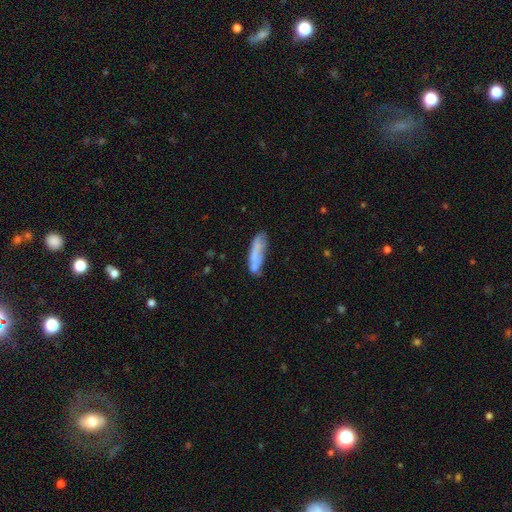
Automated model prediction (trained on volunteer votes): Smooth or featured? Predicted: smooth (p=0.65). How rounded? Predicted: cigar-shaped (p=0.69). Merging? Predicted: none (p=0.50).